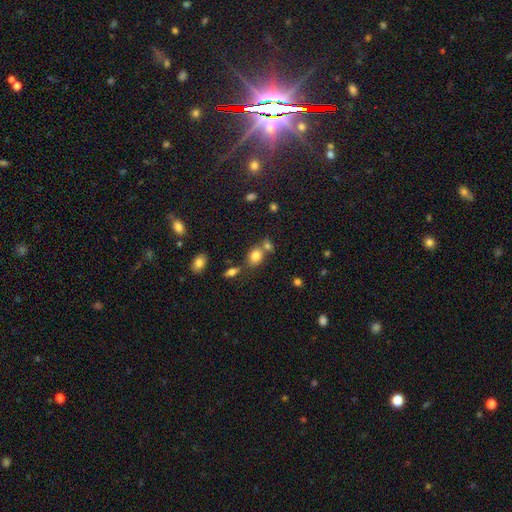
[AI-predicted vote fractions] Smooth or featured? Predicted: smooth (p=0.80). How rounded? Predicted: in between (p=0.53). Merging? Predicted: none (p=0.51).